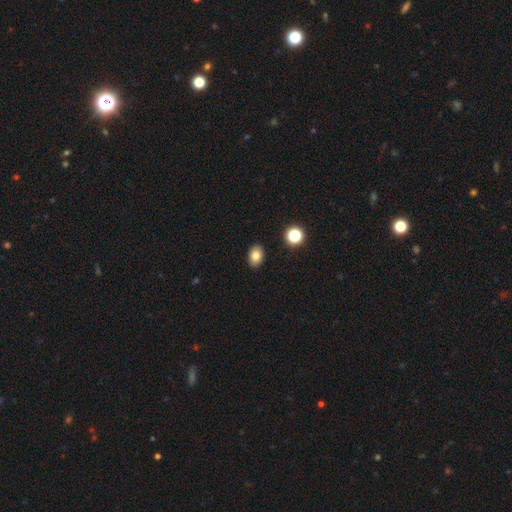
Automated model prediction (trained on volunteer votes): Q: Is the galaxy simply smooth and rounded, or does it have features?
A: smooth — 80%.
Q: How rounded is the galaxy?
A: in between — 78%.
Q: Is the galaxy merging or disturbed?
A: none — 90%.